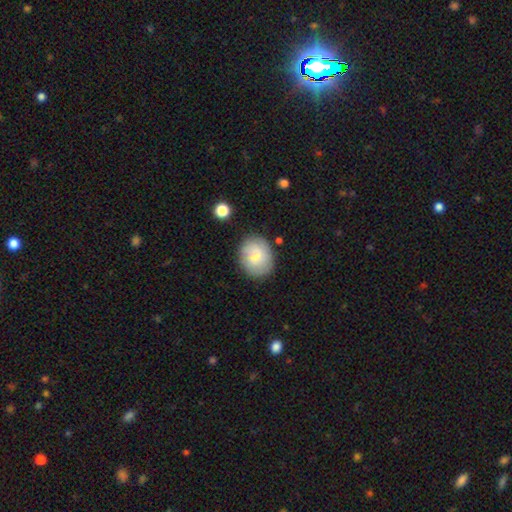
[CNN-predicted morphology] smooth_or_featured: smooth (p=0.68) [alt: featured or disk p=0.25]
how_rounded: round (p=0.65) [alt: in between p=0.34]
merging: none (p=0.81) [alt: minor disturbance p=0.13]